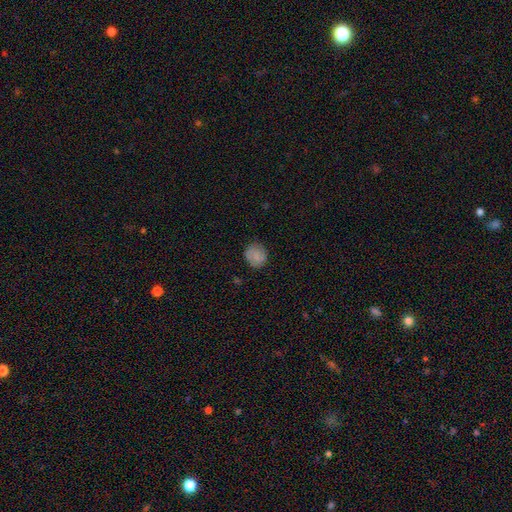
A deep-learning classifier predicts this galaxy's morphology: smooth_or_featured: smooth (p=0.77) [alt: featured or disk p=0.14]
how_rounded: round (p=0.75) [alt: in between p=0.24]
merging: none (p=0.81) [alt: minor disturbance p=0.14]